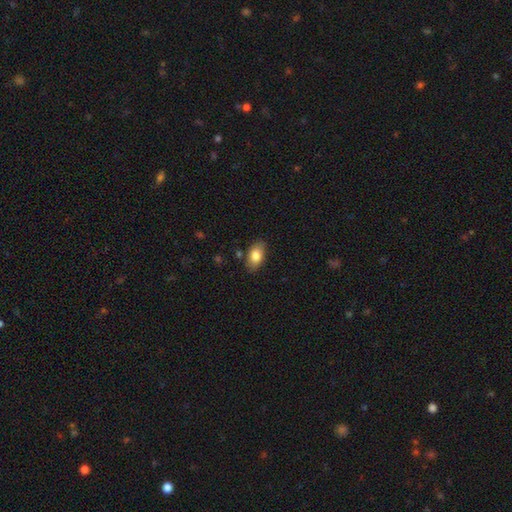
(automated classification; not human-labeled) A smooth galaxy with no disk features (82%) that is in between round and cigar-shaped (91%).

Vote fractions:
- Smooth or featured? smooth: 82% / featured or disk: 11% / star or artifact: 7%
- How rounded? in between: 91% / round: 7% / cigar-shaped: 2%
- Merging? none: 84% / minor disturbance: 12% / major disturbance: 2% / merger: 2%